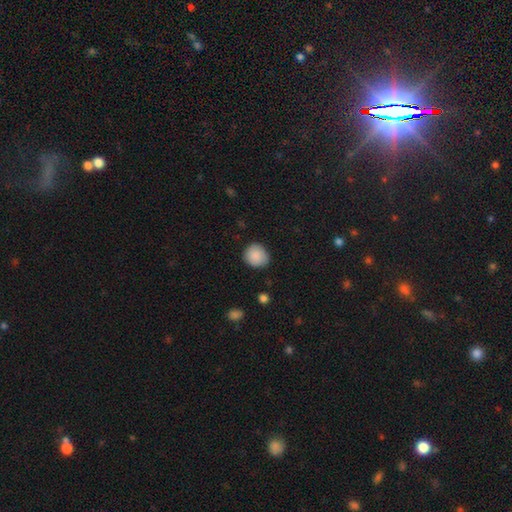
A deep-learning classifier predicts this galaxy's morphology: The model was most divided on "merging": none: 83%, minor disturbance: 14%, major disturbance: 2%, merger: 1%. More confident: smooth or featured — smooth (89%); how rounded — round (85%).